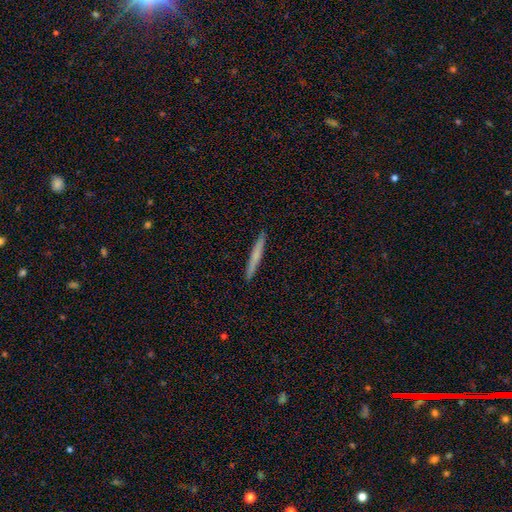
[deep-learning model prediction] A smooth galaxy with no disk features (63%) that is cigar-shaped (96%).

Vote fractions:
- Smooth or featured? smooth: 63% / featured or disk: 31% / star or artifact: 6%
- How rounded? cigar-shaped: 96% / in between: 2% / round: 1%
- Merging? none: 92% / minor disturbance: 5% / major disturbance: 1% / merger: 1%